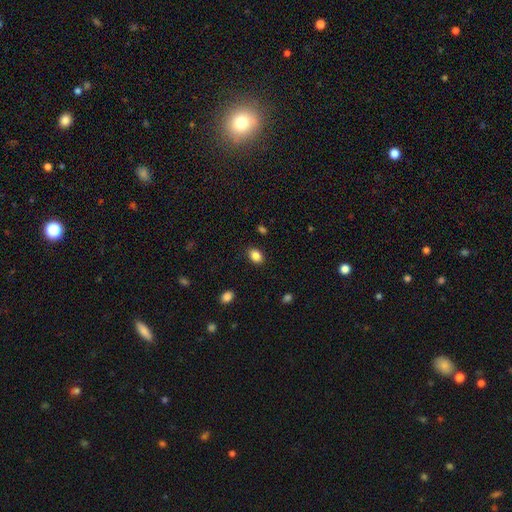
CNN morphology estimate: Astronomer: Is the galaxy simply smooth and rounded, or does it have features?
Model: smooth — 86%.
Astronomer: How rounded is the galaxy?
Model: in between — 77%.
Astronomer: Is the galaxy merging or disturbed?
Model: none — 88%.